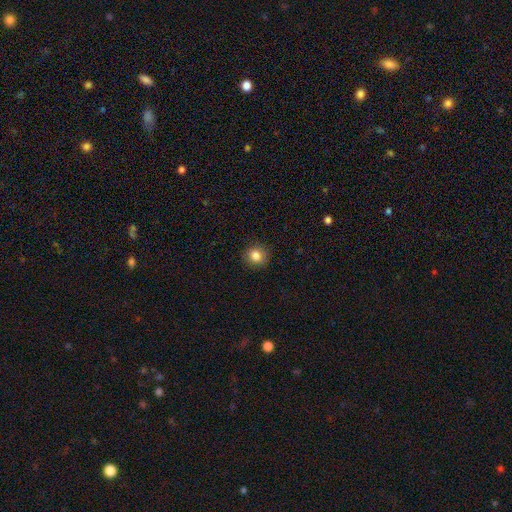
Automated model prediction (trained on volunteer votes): Smooth or featured: smooth — 84% (star or artifact — 11%)
How rounded: round — 89% (in between — 10%)
Merging: none — 90% (minor disturbance — 7%)